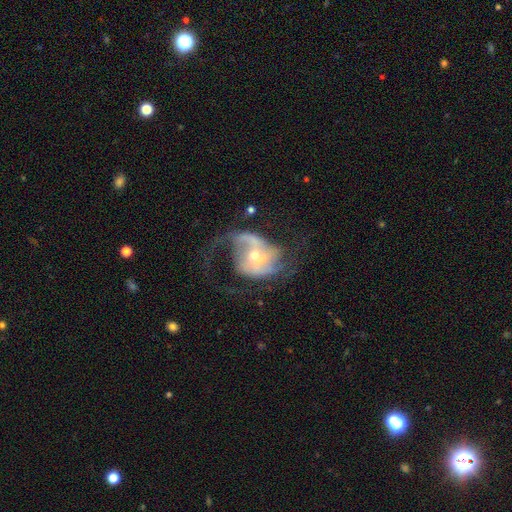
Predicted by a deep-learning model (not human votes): This appears to be a featured or disk galaxy (84%) with no bar (44%), 2 (65%) loose (44%) spiral arms (90%) and a small central bulge (52%). Merging: none (44%).